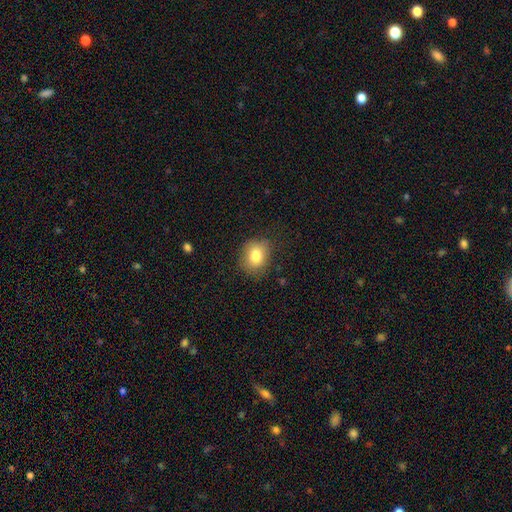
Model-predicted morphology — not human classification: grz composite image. It shows a smooth galaxy with no disk features (80%) that is round (59%). Merging: none (78%).